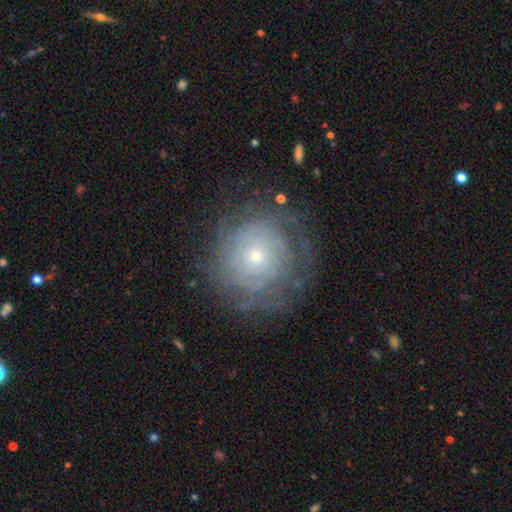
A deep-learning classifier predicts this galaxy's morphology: Smooth or featured: featured or disk — 71% (smooth — 19%)
Edge-on disk: no — 97% (yes — 3%)
Bar: no — 84% (weak — 13%)
Spiral arms: yes — 85% (no — 15%)
Spiral winding: tight — 77% (medium — 17%)
Spiral arm count: can't tell — 53% (4 — 11%)
Bulge size: small — 72% (moderate — 23%)
Merging: none — 75% (minor disturbance — 15%)